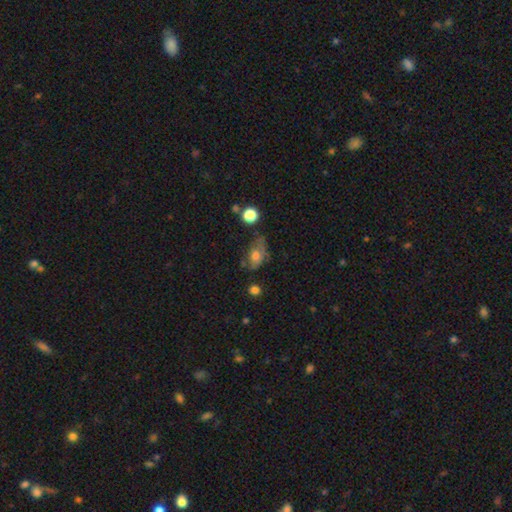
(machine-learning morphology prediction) smooth 63%, featured or disk 27%, star or artifact 11%. Down the decision tree: how rounded — in between (81%); merging — none (42%).